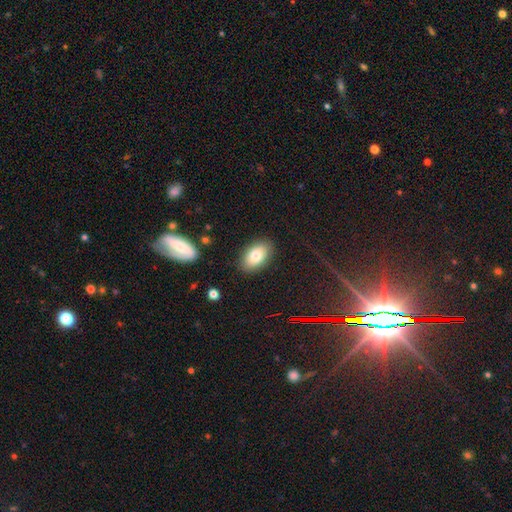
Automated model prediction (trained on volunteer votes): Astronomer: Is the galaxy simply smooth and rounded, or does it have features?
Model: smooth — 78%.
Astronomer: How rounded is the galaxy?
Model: in between — 92%.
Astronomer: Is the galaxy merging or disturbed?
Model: none — 85%.